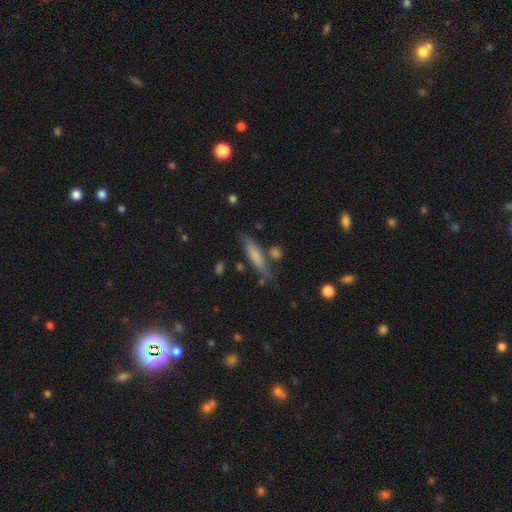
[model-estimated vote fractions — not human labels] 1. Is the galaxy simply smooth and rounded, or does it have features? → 67% smooth, 26% featured or disk, 7% star or artifact.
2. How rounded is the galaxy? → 80% cigar-shaped, 17% in between, 2% round.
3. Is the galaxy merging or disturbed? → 71% none, 16% minor disturbance, 8% merger, 5% major disturbance.